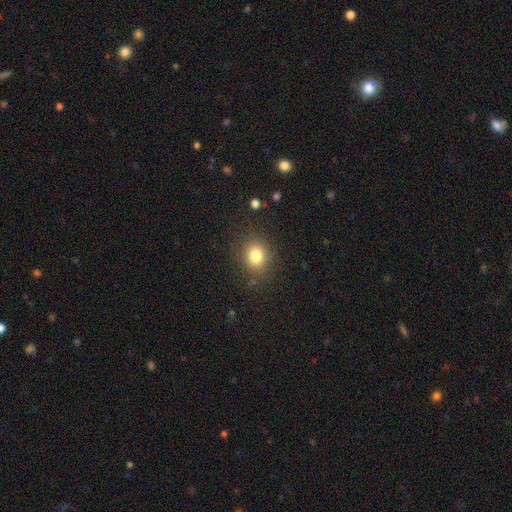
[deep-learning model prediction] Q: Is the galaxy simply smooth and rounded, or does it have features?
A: smooth — 81%.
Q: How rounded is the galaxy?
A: round — 66%.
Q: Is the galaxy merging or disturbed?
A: none — 84%.